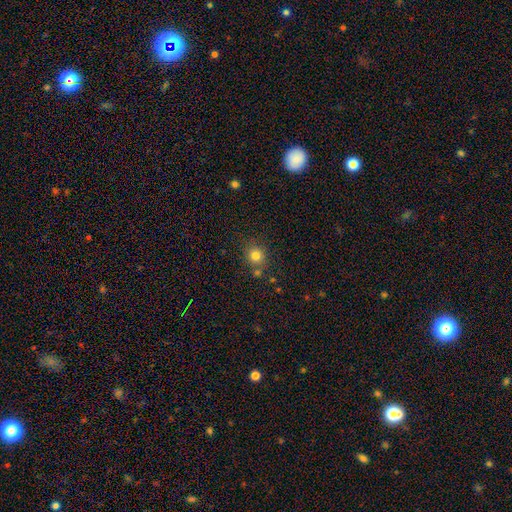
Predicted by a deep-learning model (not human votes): Overall: smooth (80%). How rounded: round (87%). Merging: none (75%).